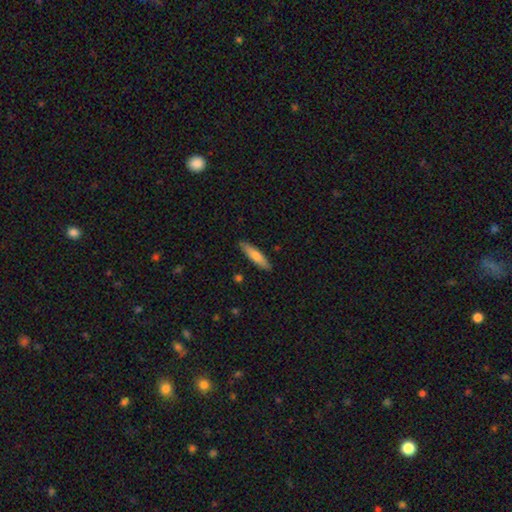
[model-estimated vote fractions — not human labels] Q: Smooth or featured?
A: smooth (73%); runner-up: featured or disk (21%)
Q: How rounded?
A: cigar-shaped (77%); runner-up: in between (21%)
Q: Merging?
A: none (88%); runner-up: minor disturbance (9%)